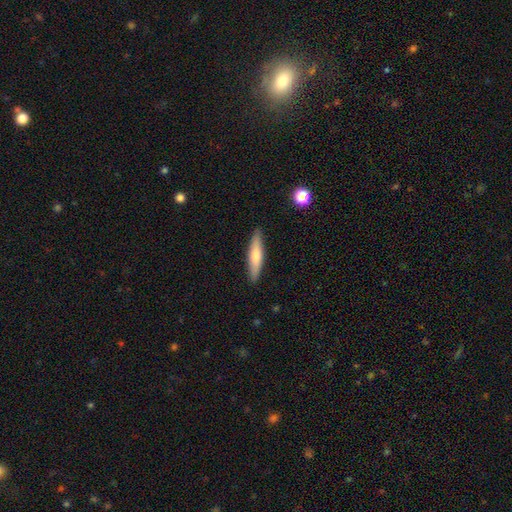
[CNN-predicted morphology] This is possibly a smooth galaxy (58%). How rounded: clearly cigar-shaped (83%). Merging: clearly none (90%).